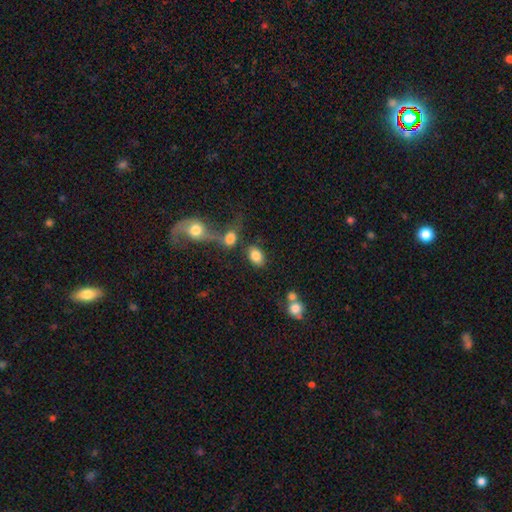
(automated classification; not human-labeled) A smooth galaxy with no disk features (84%) that is in between round and cigar-shaped (85%).

Vote fractions:
- Smooth or featured? smooth: 84% / star or artifact: 8% / featured or disk: 8%
- How rounded? in between: 85% / round: 14% / cigar-shaped: 1%
- Merging? none: 66% / merger: 16% / minor disturbance: 11% / major disturbance: 7%